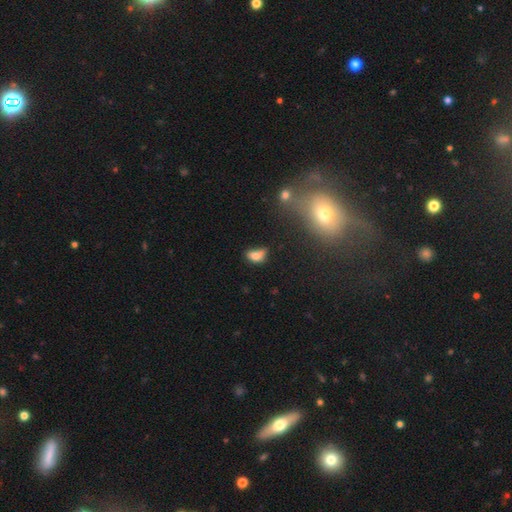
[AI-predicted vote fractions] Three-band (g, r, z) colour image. It shows a smooth galaxy with no disk features (73%) that is in between round and cigar-shaped (77%). Merging: none (32%).